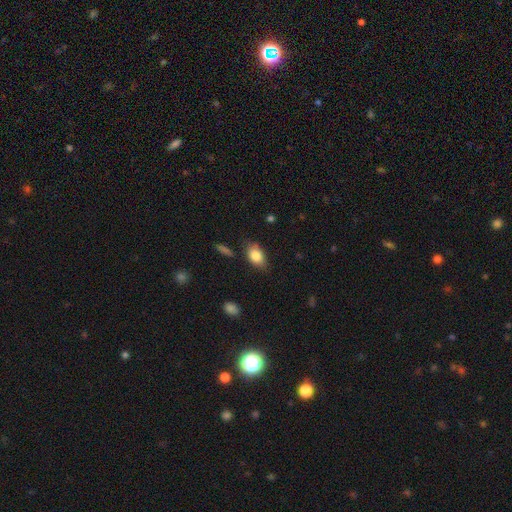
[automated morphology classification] Smooth or featured?
  - smooth: 83% *
  - featured or disk: 9%
  - star or artifact: 7%
How rounded?
  - in between: 87% *
  - round: 11%
  - cigar-shaped: 2%
Merging?
  - none: 75% *
  - minor disturbance: 19%
  - major disturbance: 4%
  - merger: 2%